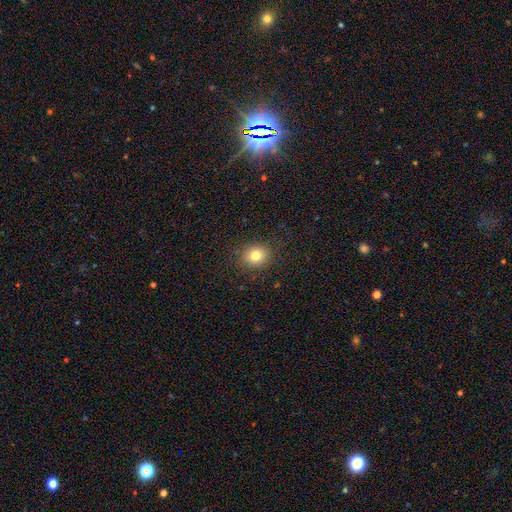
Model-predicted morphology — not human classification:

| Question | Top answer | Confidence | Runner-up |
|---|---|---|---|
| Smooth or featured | smooth | 79% | star or artifact (12%) |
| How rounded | round | 76% | in between (23%) |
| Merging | none | 88% | minor disturbance (8%) |